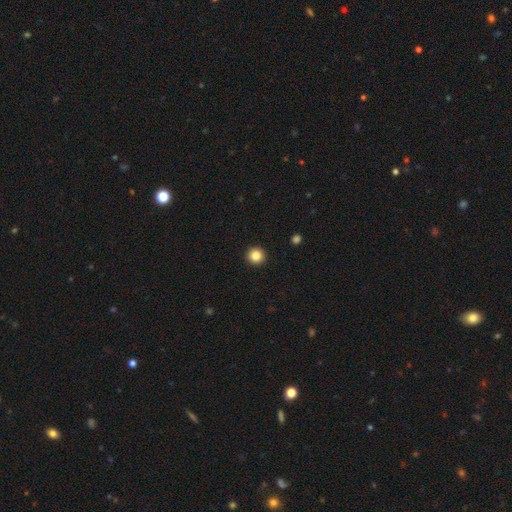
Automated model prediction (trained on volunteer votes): Smooth or featured? Predicted: smooth (p=0.86). How rounded? Predicted: round (p=0.95). Merging? Predicted: none (p=0.93).